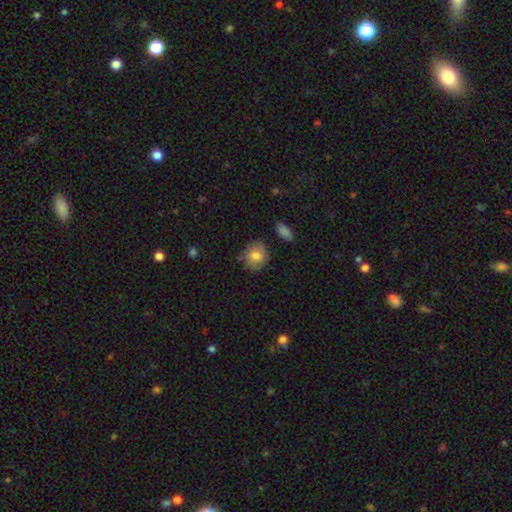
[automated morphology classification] smooth_or_featured: smooth (p=0.78) [alt: featured or disk p=0.14]
how_rounded: round (p=0.78) [alt: in between p=0.21]
merging: none (p=0.77) [alt: minor disturbance p=0.17]